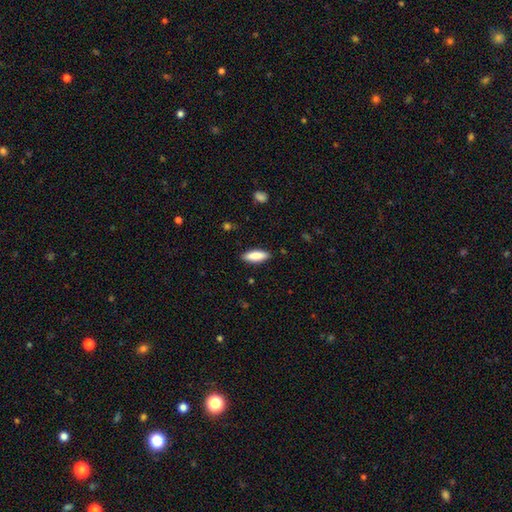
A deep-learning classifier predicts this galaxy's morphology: The model was most divided on "how rounded": in between: 58%, cigar-shaped: 40%, round: 2%. More confident: merging — none (88%); smooth or featured — smooth (87%).